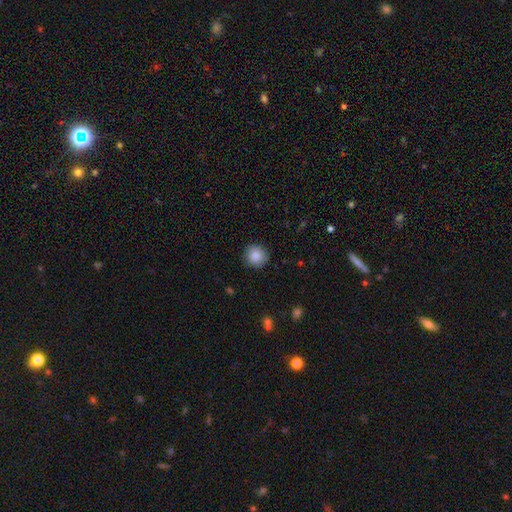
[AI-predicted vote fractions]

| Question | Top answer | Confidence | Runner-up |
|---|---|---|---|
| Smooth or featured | smooth | 85% | star or artifact (9%) |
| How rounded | round | 93% | in between (6%) |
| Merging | none | 89% | minor disturbance (8%) |